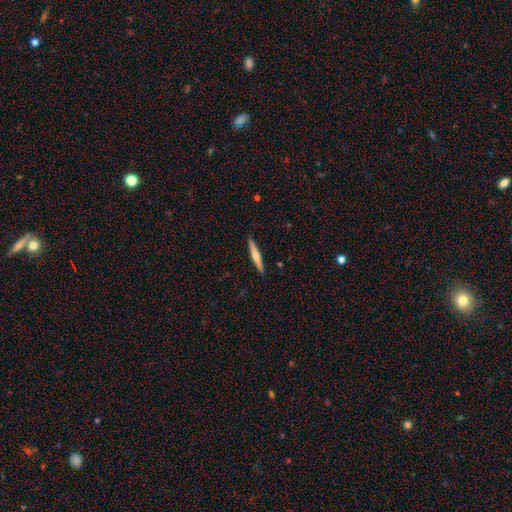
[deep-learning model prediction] featured or disk 57%, smooth 38%, star or artifact 5%. Down the decision tree: edge-on disk — yes (97%); edge-on bulge — rounded (84%); merging — none (92%).